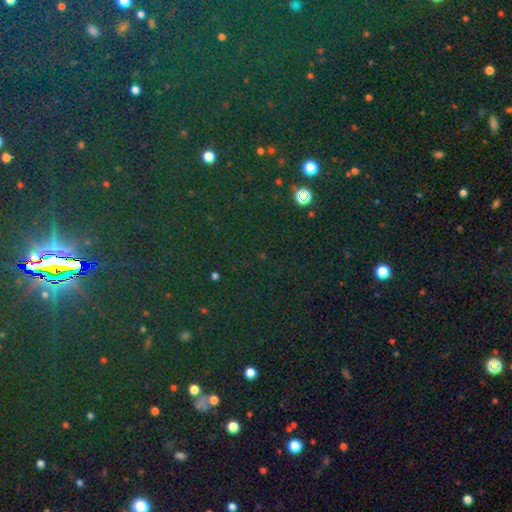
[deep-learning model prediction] smooth-or-featured: star or artifact: 83% | smooth: 9% | featured or disk: 7%